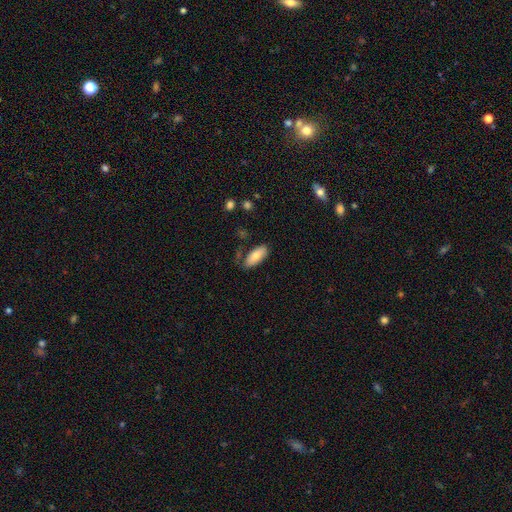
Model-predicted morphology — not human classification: Smooth or featured? Predicted: smooth (p=0.78). How rounded? Predicted: in between (p=0.84). Merging? Predicted: none (p=0.73).